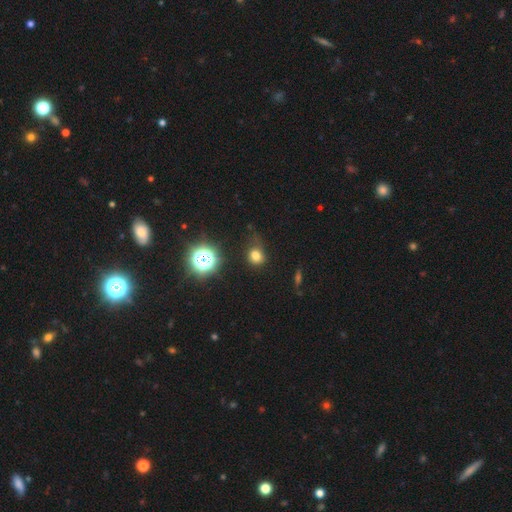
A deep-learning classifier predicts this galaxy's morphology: smooth-or-featured: smooth: 76% | star or artifact: 17% | featured or disk: 7%
  how-rounded: round: 76% | in between: 23% | cigar-shaped: 1%
  merging: none: 60% | minor disturbance: 25% | major disturbance: 11% | merger: 3%